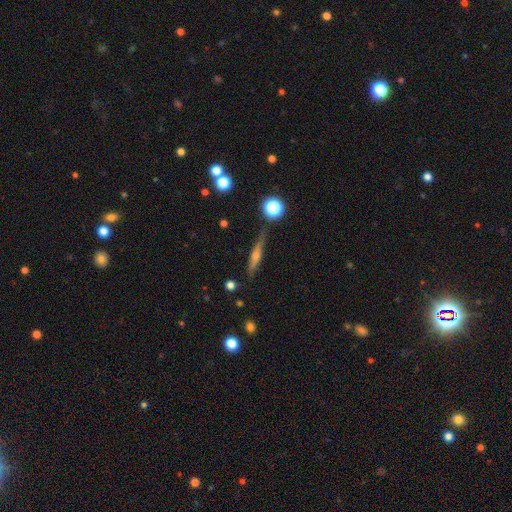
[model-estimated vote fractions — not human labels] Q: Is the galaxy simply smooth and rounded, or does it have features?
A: featured or disk — 65%.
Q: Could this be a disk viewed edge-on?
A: yes — 96%.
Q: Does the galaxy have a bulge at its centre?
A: rounded — 85%.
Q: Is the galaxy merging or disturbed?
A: none — 86%.